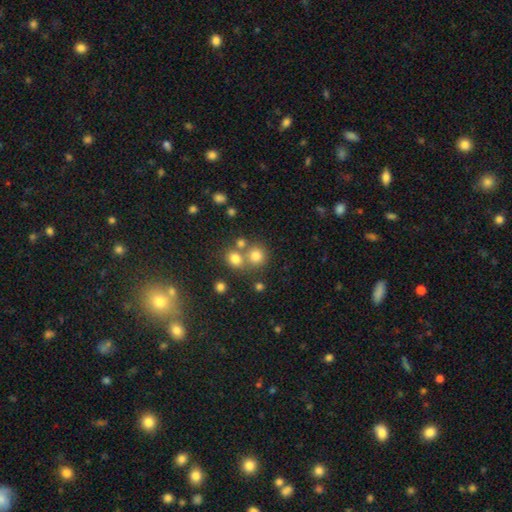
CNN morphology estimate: Q: Smooth or featured?
A: smooth (75%); runner-up: star or artifact (16%)
Q: How rounded?
A: round (87%); runner-up: in between (12%)
Q: Merging?
A: none (59%); runner-up: merger (30%)